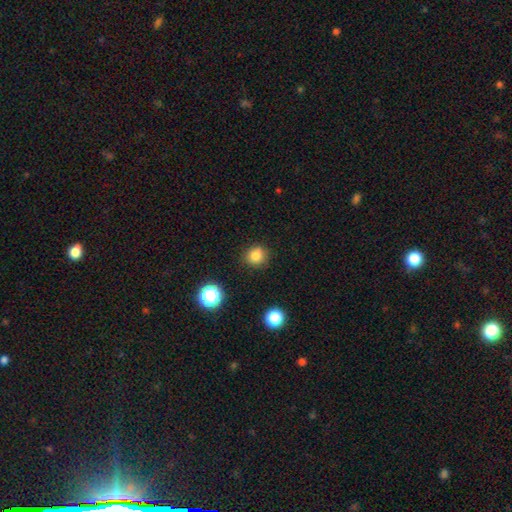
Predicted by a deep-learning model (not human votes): Overall: smooth (82%). How rounded: round (85%). Merging: none (86%).